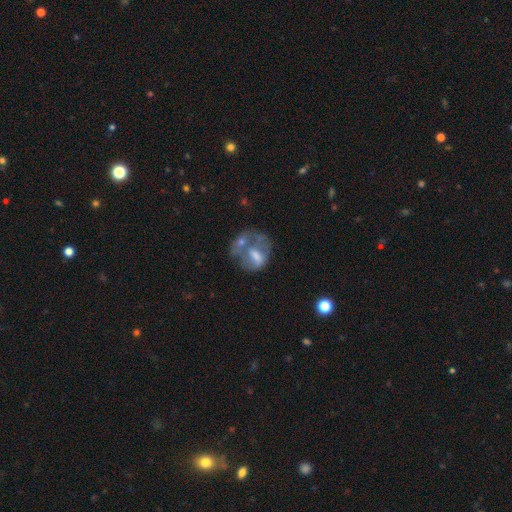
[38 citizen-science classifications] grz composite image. It shows a featured or disk galaxy (63%) with no bar (50%), no spiral arms (83%) and a moderate central bulge (50%). Merging: merger (71%).